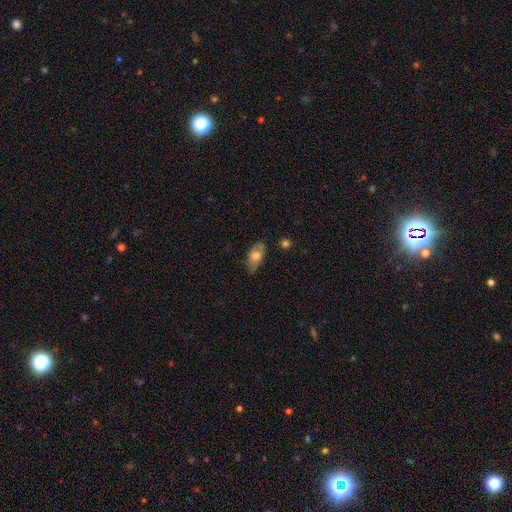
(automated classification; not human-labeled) Overall: smooth (67%). How rounded: in between (89%). Merging: none (69%).